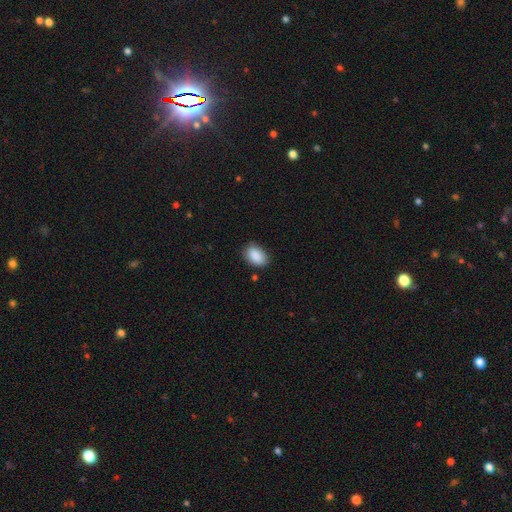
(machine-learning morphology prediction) type=smooth (89%); roundness=in between (87%); merging=none (82%).